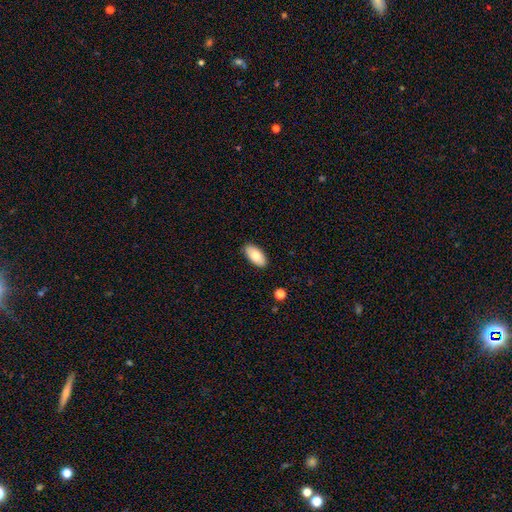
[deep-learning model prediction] This appears to be a smooth galaxy with no disk features (81%) that is in between round and cigar-shaped (93%). Merging: none (89%).